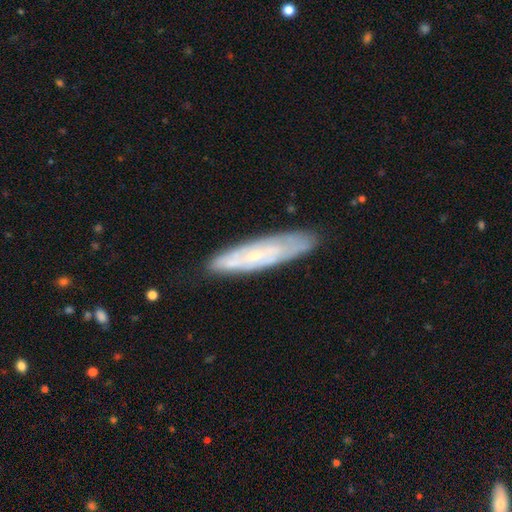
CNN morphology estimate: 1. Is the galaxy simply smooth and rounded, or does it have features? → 65% featured or disk, 28% smooth, 7% star or artifact.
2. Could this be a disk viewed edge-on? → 64% no, 36% yes.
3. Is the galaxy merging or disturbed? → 82% none, 14% minor disturbance, 3% major disturbance, 2% merger.